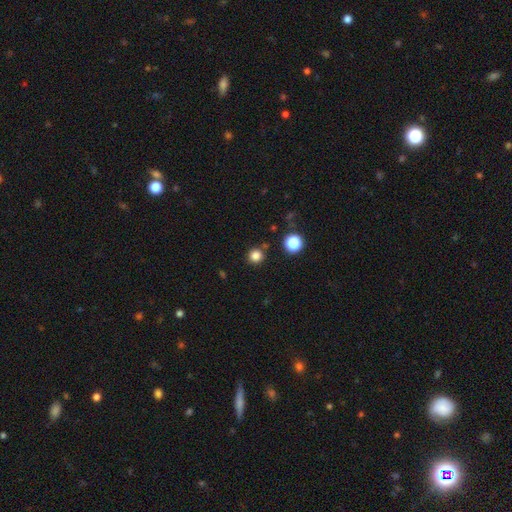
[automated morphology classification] smooth-or-featured: smooth: 82% | star or artifact: 14% | featured or disk: 4%
  how-rounded: round: 95% | in between: 4% | cigar-shaped: 1%
  merging: none: 88% | minor disturbance: 6% | merger: 4% | major disturbance: 2%